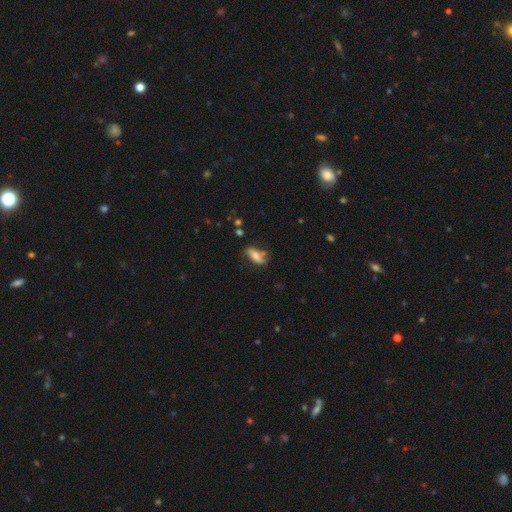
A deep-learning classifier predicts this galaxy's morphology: This appears to be a featured or disk galaxy (46%, tied with smooth). Merging: none (57%).